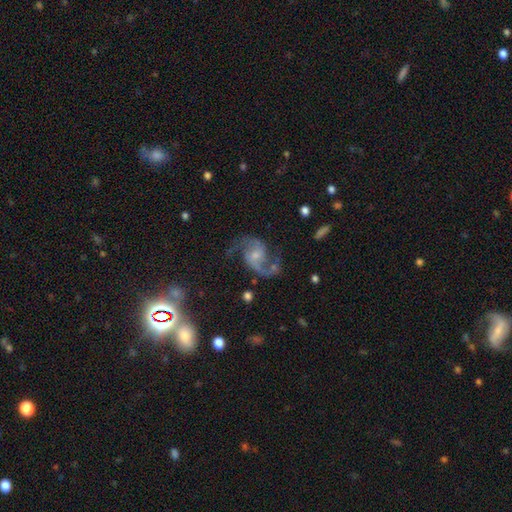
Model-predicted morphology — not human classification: smooth-or-featured: featured or disk: 89% | star or artifact: 6% | smooth: 5%
  disk-edge-on: no: 98% | yes: 2%
    bar: no: 50% | weak: 41% | strong: 9%
    has-spiral-arms: yes: 97% | no: 3%
      spiral-winding: loose: 48% | medium: 45% | tight: 7%
      spiral-arm-count: 2: 93% | 1: 2% | can't tell: 2% | 3: 1% | 4: 1% | more than 4: 1%
    bulge-size: small: 49% | moderate: 37% | none: 9% | large: 4% | dominant: 1%
  merging: none: 69% | minor disturbance: 16% | major disturbance: 11% | merger: 4%